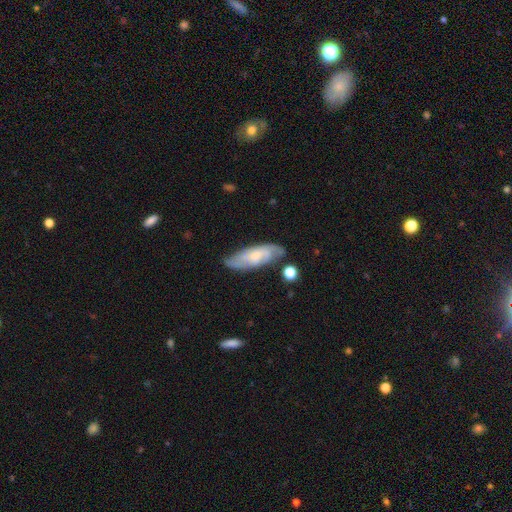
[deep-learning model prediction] This appears to be a featured or disk galaxy (60%). Merging: none (69%).